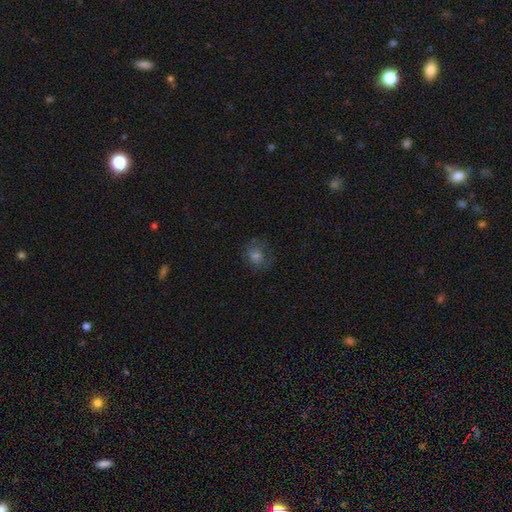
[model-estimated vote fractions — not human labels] Smooth or featured? Predicted: smooth (p=0.54). How rounded? Predicted: round (p=0.75). Merging? Predicted: none (p=0.67).